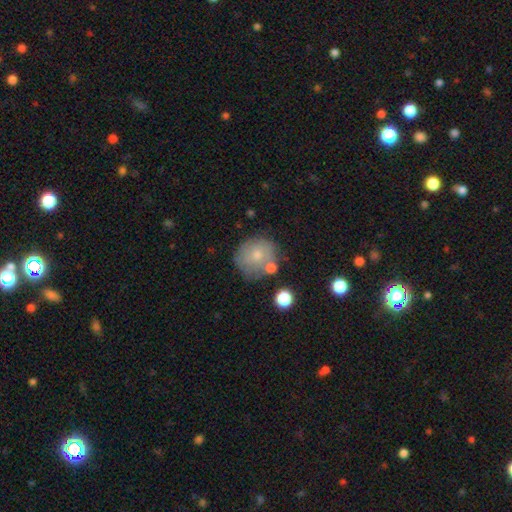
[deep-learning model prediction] A smooth galaxy with no disk features (67%) that is round (86%).

Vote fractions:
- Smooth or featured? smooth: 67% / featured or disk: 25% / star or artifact: 9%
- How rounded? round: 86% / in between: 13% / cigar-shaped: 1%
- Merging? none: 57% / minor disturbance: 20% / merger: 15% / major disturbance: 8%